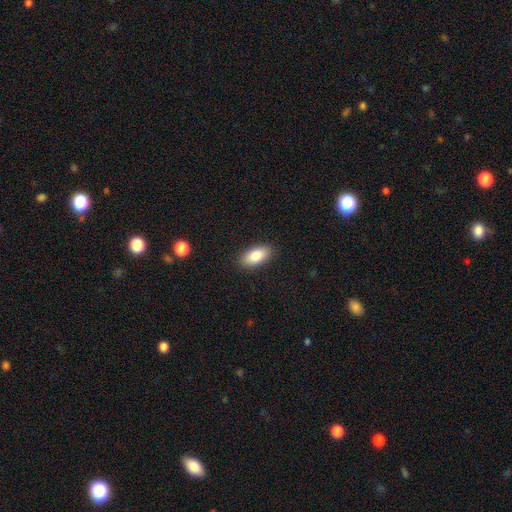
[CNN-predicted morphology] Q: Smooth or featured?
A: smooth (85%); runner-up: featured or disk (8%)
Q: How rounded?
A: in between (91%); runner-up: cigar-shaped (6%)
Q: Merging?
A: none (89%); runner-up: minor disturbance (8%)